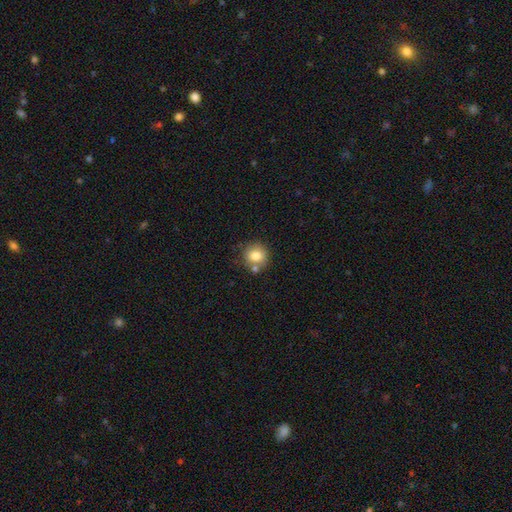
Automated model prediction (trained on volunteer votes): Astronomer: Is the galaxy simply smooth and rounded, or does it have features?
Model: smooth — 80%.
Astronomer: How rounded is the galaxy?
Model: round — 86%.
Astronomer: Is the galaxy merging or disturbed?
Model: none — 68%.